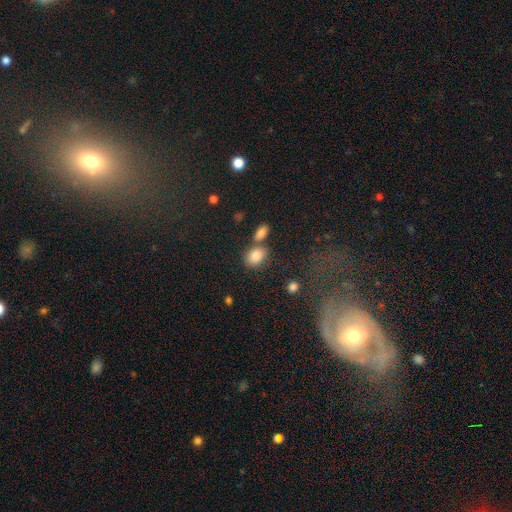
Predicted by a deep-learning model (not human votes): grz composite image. It shows a smooth galaxy with no disk features (83%) that is in between round and cigar-shaped (68%). Merging: none (59%).